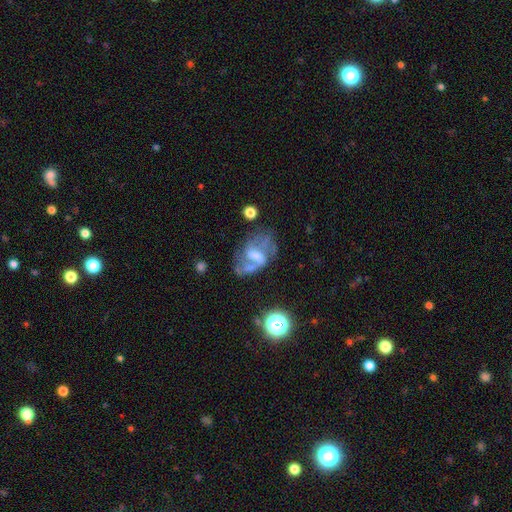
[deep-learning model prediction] smooth-or-featured: featured or disk: 68% | smooth: 20% | star or artifact: 12%
  disk-edge-on: no: 97% | yes: 3%
    bar: weak: 48% | no: 30% | strong: 22%
    has-spiral-arms: yes: 67% | no: 33%
    bulge-size: moderate: 37% | small: 27% | none: 24% | large: 10% | dominant: 2%
  merging: none: 37% | major disturbance: 31% | minor disturbance: 21% | merger: 11%